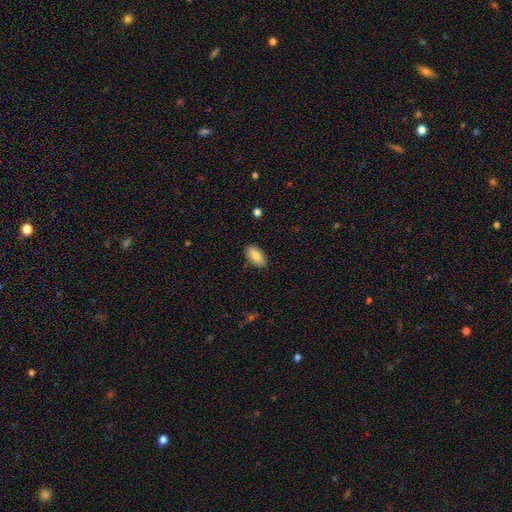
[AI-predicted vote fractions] Smooth or featured?
  - smooth: 86% *
  - featured or disk: 7%
  - star or artifact: 7%
How rounded?
  - in between: 92% *
  - cigar-shaped: 6%
  - round: 3%
Merging?
  - none: 86% *
  - minor disturbance: 10%
  - major disturbance: 2%
  - merger: 1%